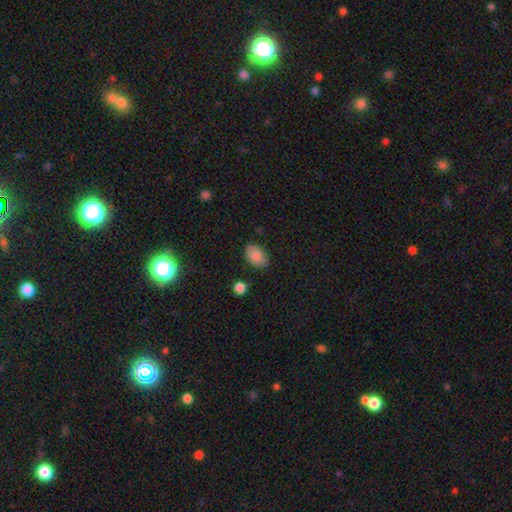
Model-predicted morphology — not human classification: type=smooth (87%); roundness=in between (90%); merging=none (82%).